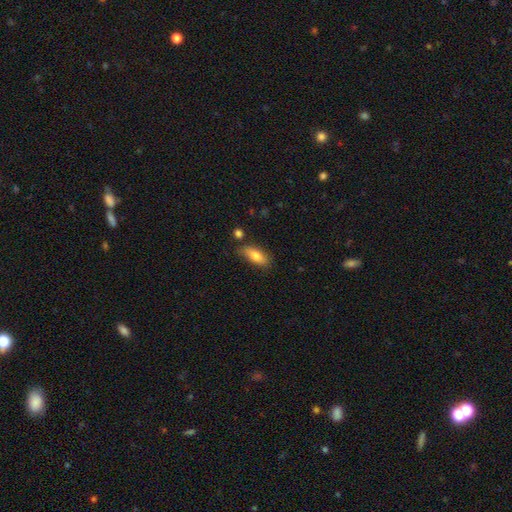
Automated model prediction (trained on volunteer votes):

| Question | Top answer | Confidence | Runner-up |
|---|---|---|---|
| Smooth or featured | smooth | 78% | featured or disk (15%) |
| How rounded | in between | 76% | cigar-shaped (21%) |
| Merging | none | 72% | minor disturbance (19%) |